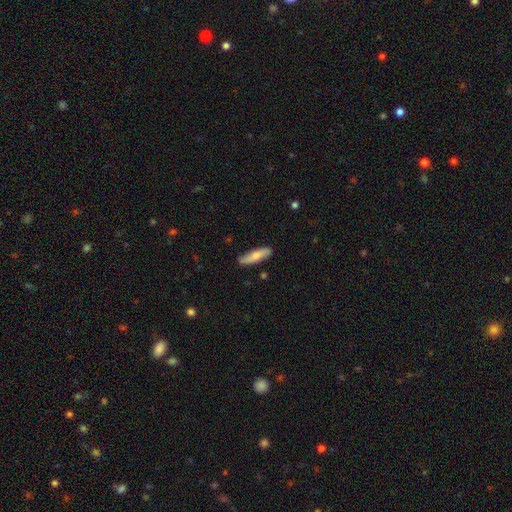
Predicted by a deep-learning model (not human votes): Smooth or featured? Predicted: smooth (p=0.71). How rounded? Predicted: cigar-shaped (p=0.72). Merging? Predicted: none (p=0.84).